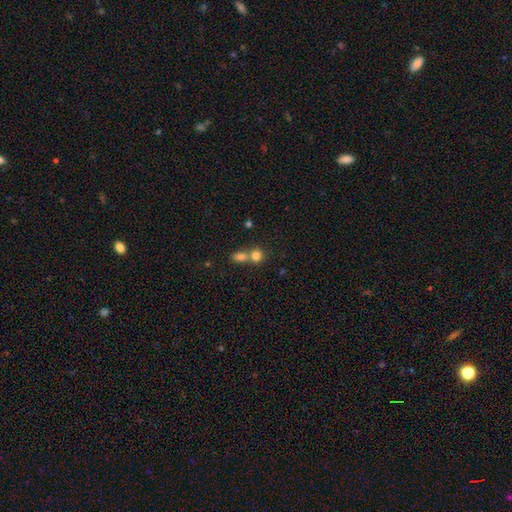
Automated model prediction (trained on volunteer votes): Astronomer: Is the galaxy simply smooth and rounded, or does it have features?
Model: smooth — 80%.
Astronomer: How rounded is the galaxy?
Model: round — 77%.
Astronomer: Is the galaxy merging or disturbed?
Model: merger — 55% (runner-up: none, 37%).